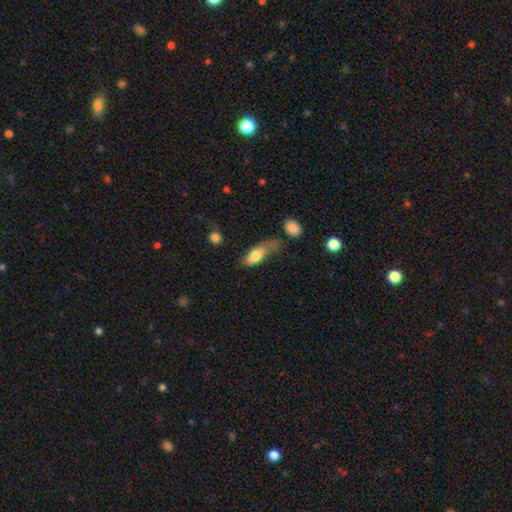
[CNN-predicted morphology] A smooth galaxy with no disk features (76%) that is in between round and cigar-shaped (78%).

Vote fractions:
- Smooth or featured? smooth: 76% / featured or disk: 18% / star or artifact: 7%
- How rounded? in between: 78% / cigar-shaped: 18% / round: 4%
- Merging? major disturbance: 32% / minor disturbance: 31% / none: 27% / merger: 10%